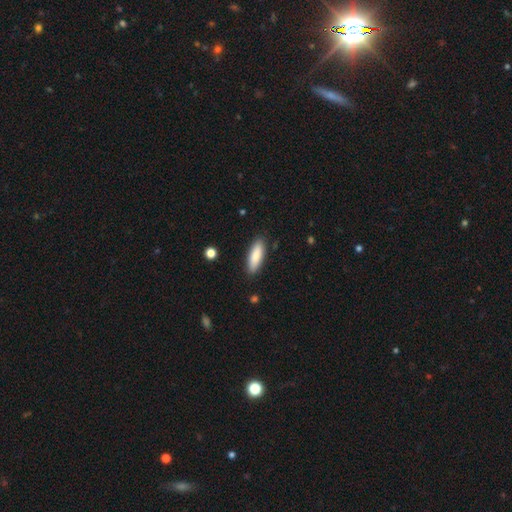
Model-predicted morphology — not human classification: This appears to be a smooth galaxy with no disk features (85%) that is in between round and cigar-shaped (54%). Merging: none (87%).